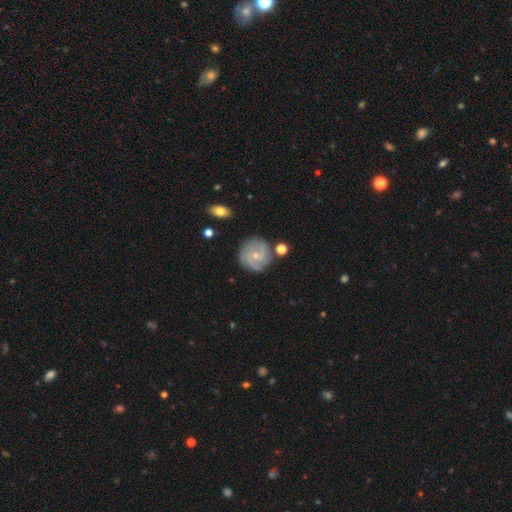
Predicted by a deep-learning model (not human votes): Smooth or featured: featured or disk — 65% (smooth — 28%)
Edge-on disk: no — 97% (yes — 3%)
Bar: no — 66% (weak — 29%)
Spiral arms: yes — 88% (no — 12%)
Spiral winding: tight — 47% (medium — 38%)
Spiral arm count: 2 — 36% (can't tell — 28%)
Bulge size: small — 75% (moderate — 21%)
Merging: none — 74% (minor disturbance — 16%)